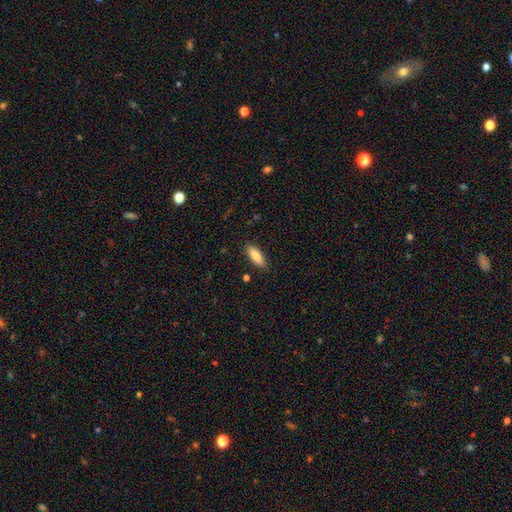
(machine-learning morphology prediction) smooth 84%, featured or disk 10%, star or artifact 6%. Down the decision tree: how rounded — in between (68%); merging — none (87%).